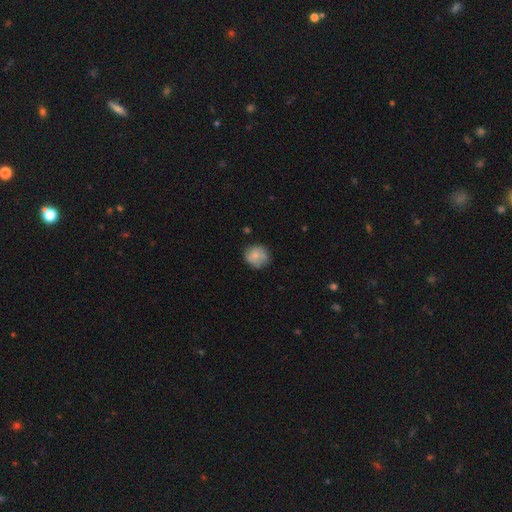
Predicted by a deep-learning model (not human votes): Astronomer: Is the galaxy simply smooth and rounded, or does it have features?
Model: smooth — 71%.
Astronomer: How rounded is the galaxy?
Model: round — 84%.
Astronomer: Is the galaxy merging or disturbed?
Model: none — 71%.